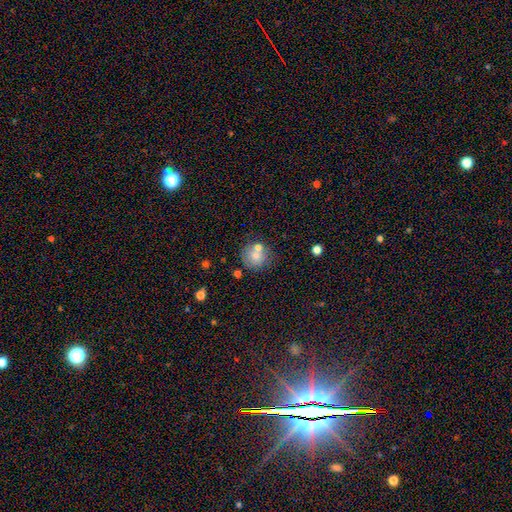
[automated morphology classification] The model was most divided on "merging": none: 63%, merger: 20%, minor disturbance: 13%, major disturbance: 4%. More confident: how rounded — round (89%); smooth or featured — smooth (70%).